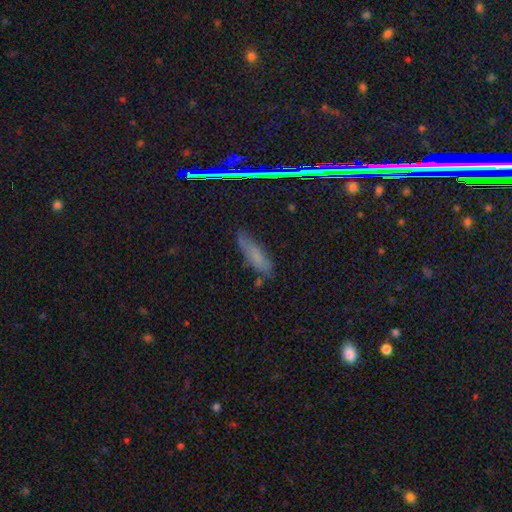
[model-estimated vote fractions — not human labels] Q: Smooth or featured?
A: smooth (62%); runner-up: featured or disk (19%)
Q: How rounded?
A: cigar-shaped (65%); runner-up: in between (32%)
Q: Merging?
A: none (69%); runner-up: minor disturbance (23%)